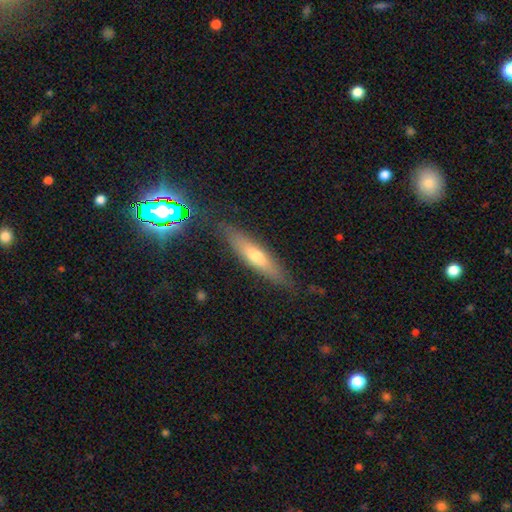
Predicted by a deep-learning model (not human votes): This appears to be a smooth galaxy with no disk features (51%) that is cigar-shaped (79%). Merging: none (83%).